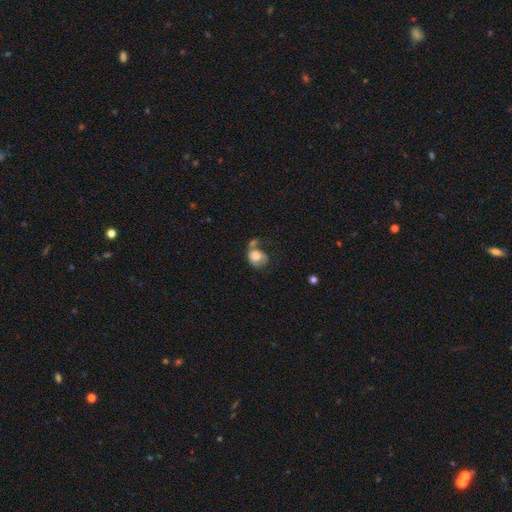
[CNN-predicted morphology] Smooth or featured: smooth — 68% (featured or disk — 23%)
How rounded: round — 51% (in between — 48%)
Merging: merger — 30% (none — 25%)